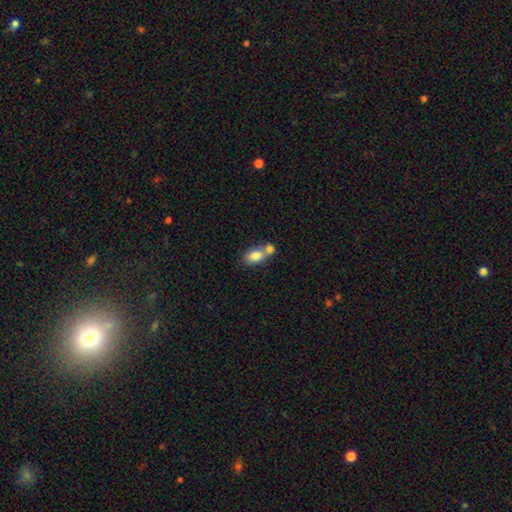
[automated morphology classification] Smooth or featured: smooth — 82% (featured or disk — 10%)
How rounded: in between — 88% (round — 9%)
Merging: merger — 52% (none — 34%)